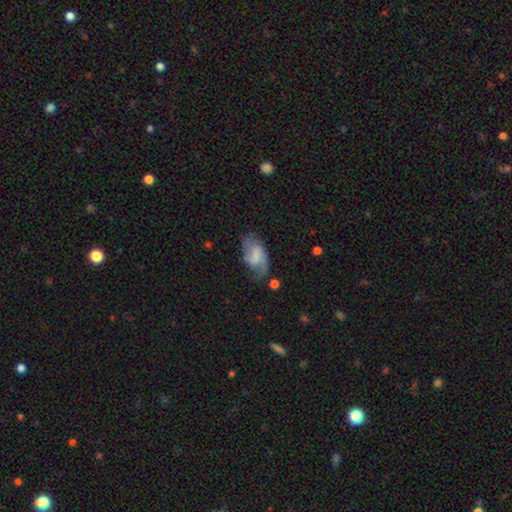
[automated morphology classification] Overall: featured or disk (69%). Edge-on disk: no (96%). Bar: weak (53%; no 26%). Spiral arms: yes (91%). Spiral arm count: 2 (80%). Spiral winding: medium (48%; loose 31%). Bulge size: none (42%; small 33%). Merging: none (62%; minor disturbance 23%).